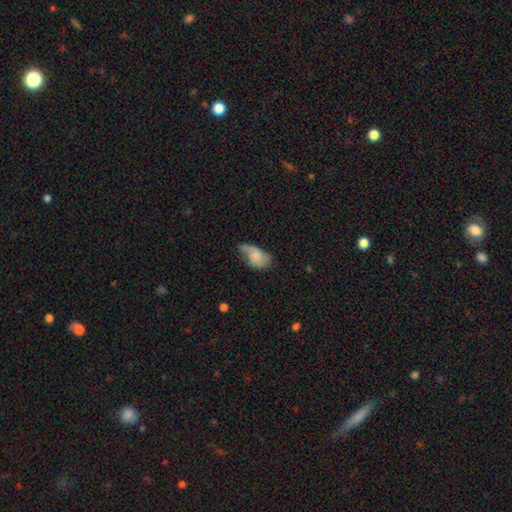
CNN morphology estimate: smooth-or-featured: smooth: 55% | featured or disk: 36% | star or artifact: 8%
  how-rounded: in between: 89% | round: 9% | cigar-shaped: 2%
  merging: minor disturbance: 36% | major disturbance: 30% | none: 30% | merger: 4%